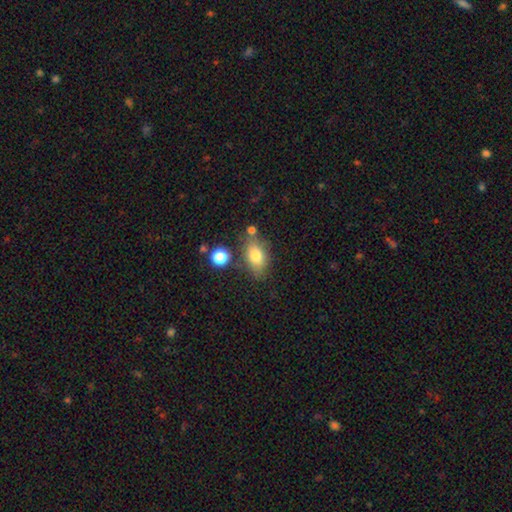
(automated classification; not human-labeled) A smooth galaxy with no disk features (77%) that is in between round and cigar-shaped (84%). Merging: none (65%).